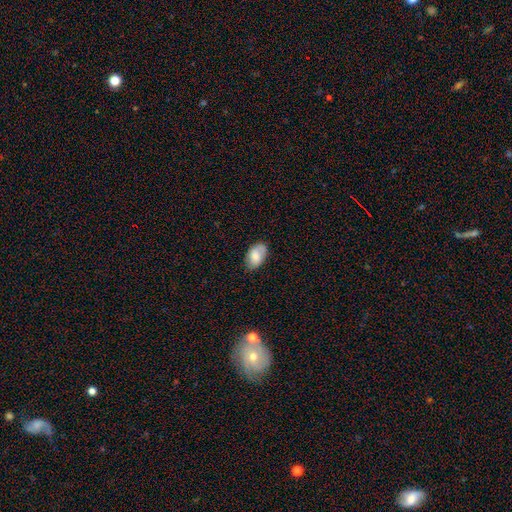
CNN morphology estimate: Q: Smooth or featured?
A: smooth (76%); runner-up: featured or disk (17%)
Q: How rounded?
A: in between (93%); runner-up: round (6%)
Q: Merging?
A: none (75%); runner-up: minor disturbance (20%)